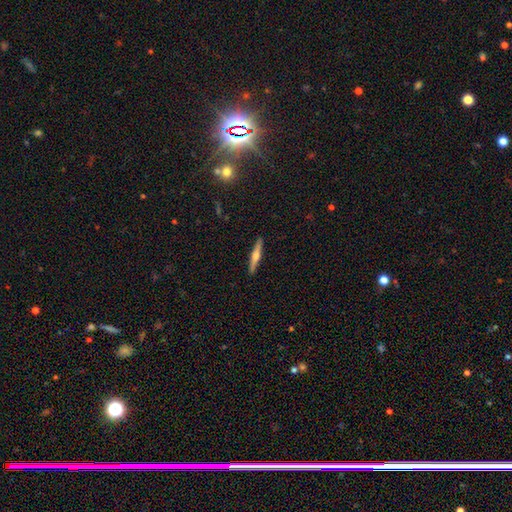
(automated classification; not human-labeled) Smooth or featured? Predicted: featured or disk (p=0.60). Edge-on disk? Predicted: yes (p=0.97). Edge-on bulge? Predicted: rounded (p=0.87). Merging? Predicted: none (p=0.91).